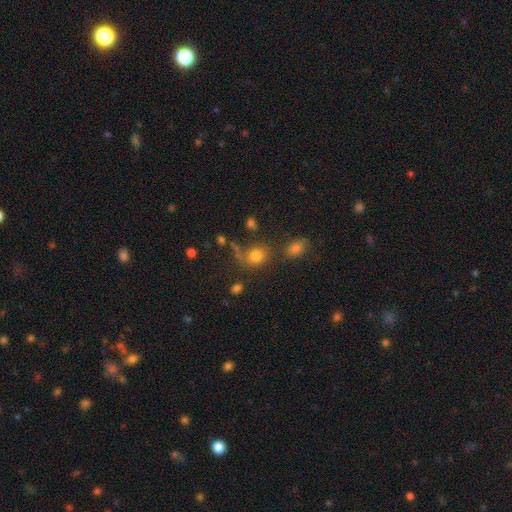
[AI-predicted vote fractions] smooth-or-featured: smooth: 76% | star or artifact: 14% | featured or disk: 10%
  how-rounded: round: 72% | in between: 27% | cigar-shaped: 1%
  merging: none: 57% | minor disturbance: 16% | merger: 15% | major disturbance: 12%